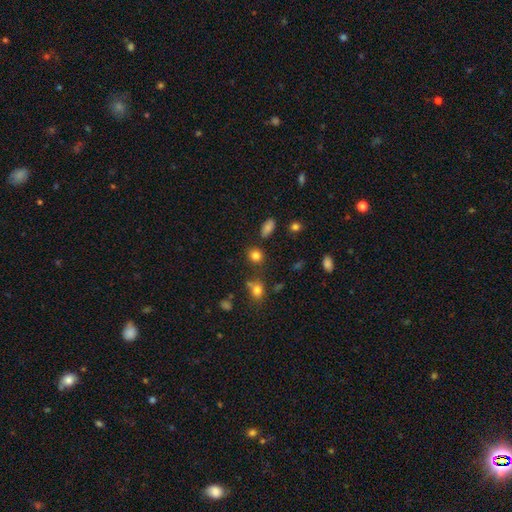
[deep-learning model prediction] Smooth or featured: smooth — 80% (star or artifact — 14%)
How rounded: round — 75% (in between — 24%)
Merging: none — 77% (minor disturbance — 11%)